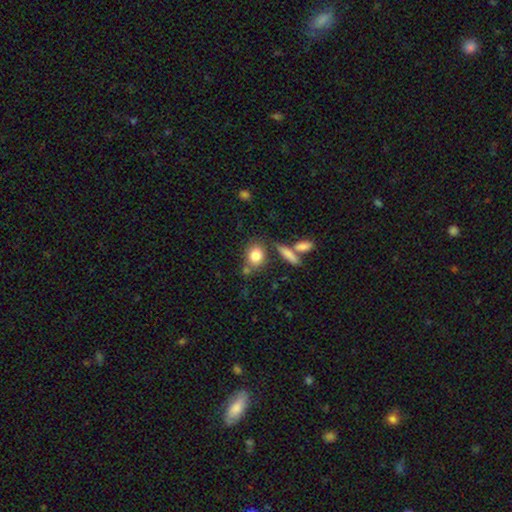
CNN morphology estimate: The model was most divided on "how rounded": round: 54%, in between: 42%, cigar-shaped: 4%. More confident: smooth or featured — smooth (82%); merging — none (64%).